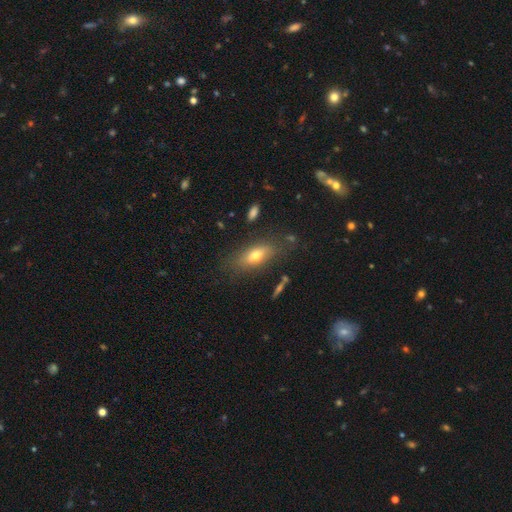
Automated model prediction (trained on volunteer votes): smooth-or-featured: smooth: 67% | featured or disk: 23% | star or artifact: 10%
  how-rounded: in between: 76% | cigar-shaped: 19% | round: 5%
  merging: none: 77% | minor disturbance: 14% | major disturbance: 6% | merger: 3%